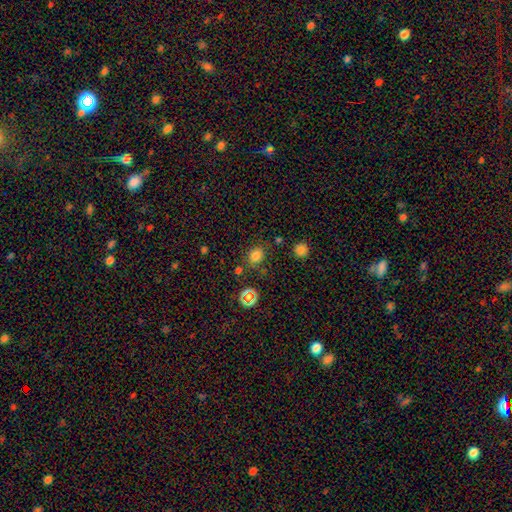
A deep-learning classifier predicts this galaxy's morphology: Smooth or featured? smooth (74%)
How rounded? round (64%)
Merging? none (76%)